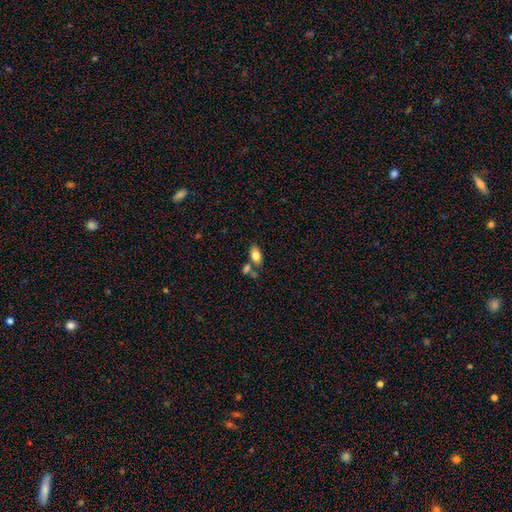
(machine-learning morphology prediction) This is clearly a smooth galaxy (80%). How rounded: clearly in between (90%). Merging: possibly none (59%).